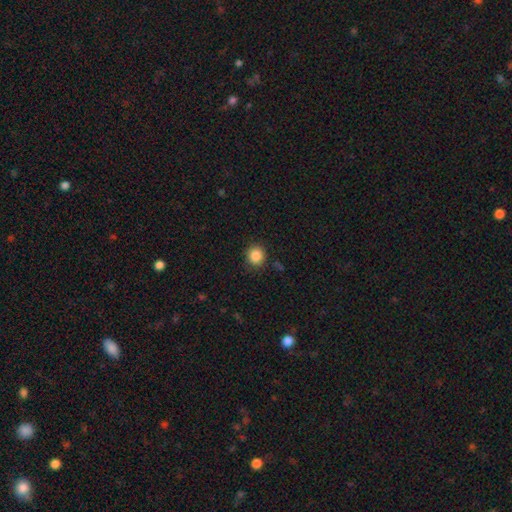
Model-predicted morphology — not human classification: Smooth or featured? smooth (86%)
How rounded? round (89%)
Merging? none (88%)